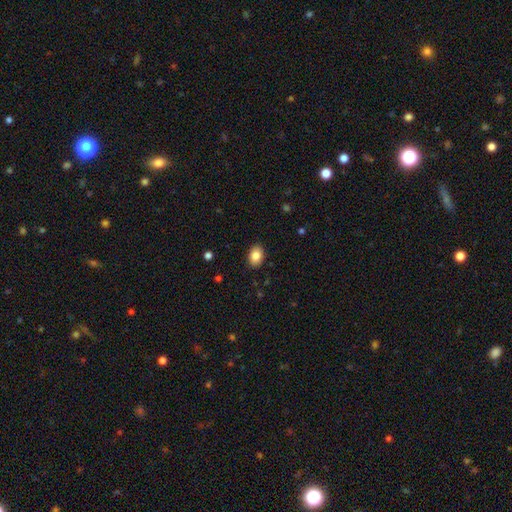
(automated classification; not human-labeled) Q: Smooth or featured?
A: smooth (85%); runner-up: star or artifact (8%)
Q: How rounded?
A: in between (78%); runner-up: round (21%)
Q: Merging?
A: none (89%); runner-up: minor disturbance (8%)